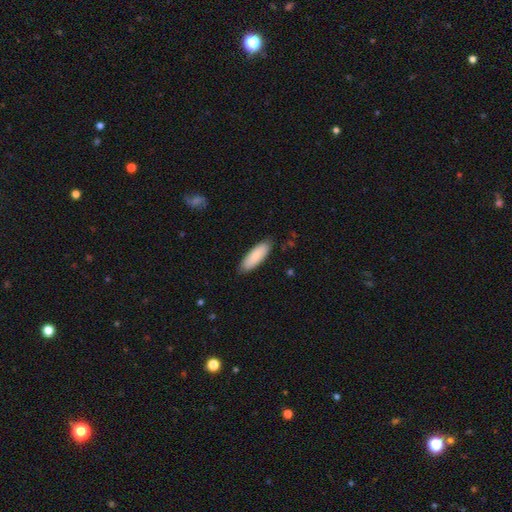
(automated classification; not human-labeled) The model was most divided on "how rounded": in between: 64%, cigar-shaped: 34%, round: 2%. More confident: merging — none (85%); smooth or featured — smooth (81%).